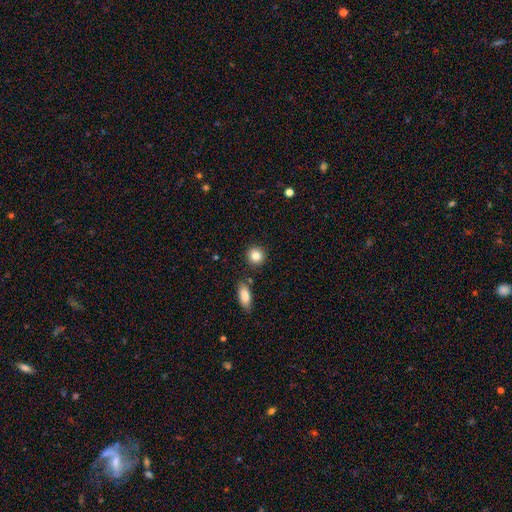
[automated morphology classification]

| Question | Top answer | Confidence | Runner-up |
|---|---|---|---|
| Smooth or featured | smooth | 84% | star or artifact (9%) |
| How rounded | round | 89% | in between (10%) |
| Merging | none | 87% | minor disturbance (7%) |